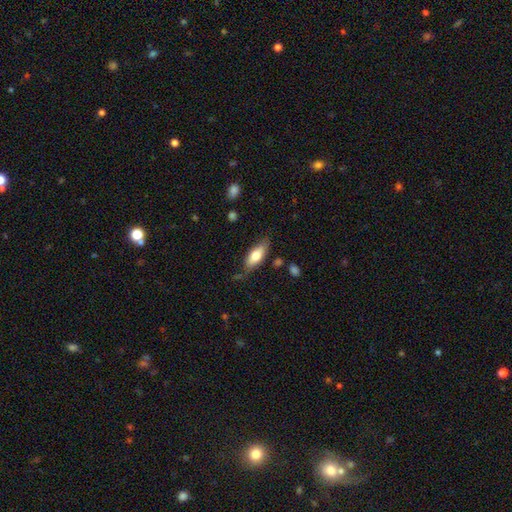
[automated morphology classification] smooth_or_featured: smooth (p=0.68) [alt: featured or disk p=0.26]
how_rounded: in between (p=0.73) [alt: cigar-shaped p=0.24]
merging: none (p=0.72) [alt: minor disturbance p=0.20]